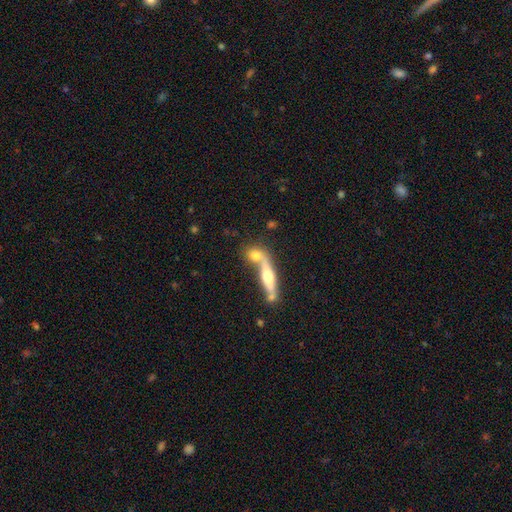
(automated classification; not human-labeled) Smooth or featured? Predicted: smooth (p=0.60). How rounded? Predicted: round (p=0.38). Merging? Predicted: none (p=0.46).